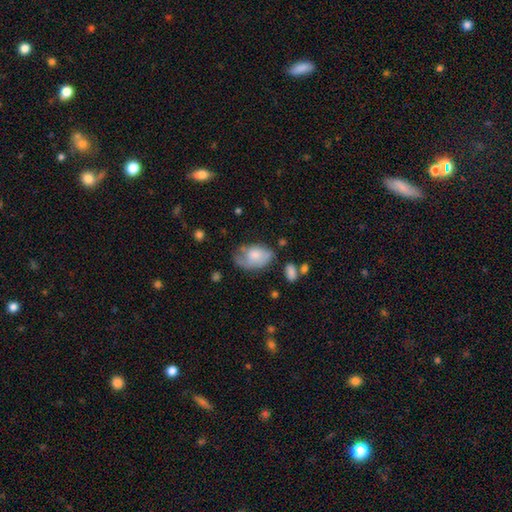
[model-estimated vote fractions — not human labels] Smooth or featured: smooth — 61% (featured or disk — 32%)
How rounded: in between — 86% (round — 13%)
Merging: none — 37% (minor disturbance — 34%)